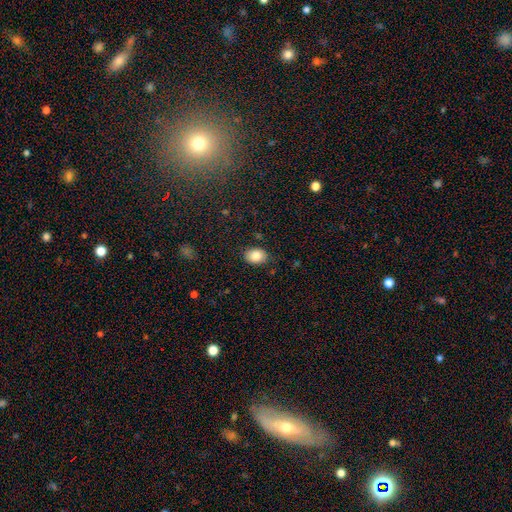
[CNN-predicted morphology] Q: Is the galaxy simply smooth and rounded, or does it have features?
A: smooth — 85%.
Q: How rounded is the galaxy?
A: in between — 69%.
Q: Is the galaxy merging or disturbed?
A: none — 85%.